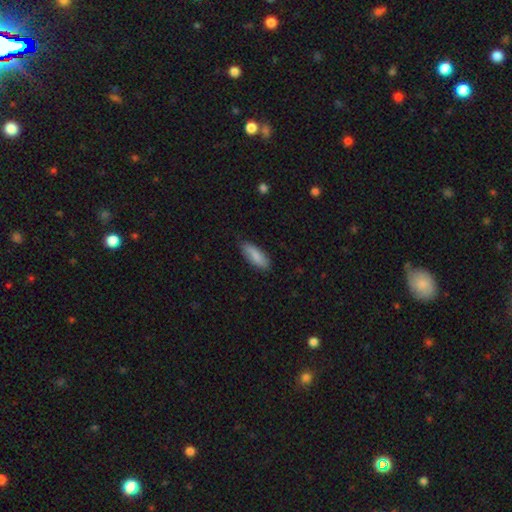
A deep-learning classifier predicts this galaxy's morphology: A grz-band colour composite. It shows a smooth galaxy with no disk features (83%) that is in between round and cigar-shaped (68%). Merging: none (82%).